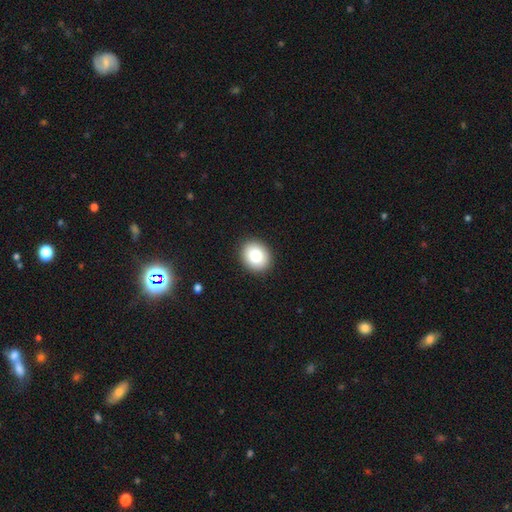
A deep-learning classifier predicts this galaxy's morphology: A smooth galaxy with no disk features (80%) that is round (60%). Merging: none (91%).